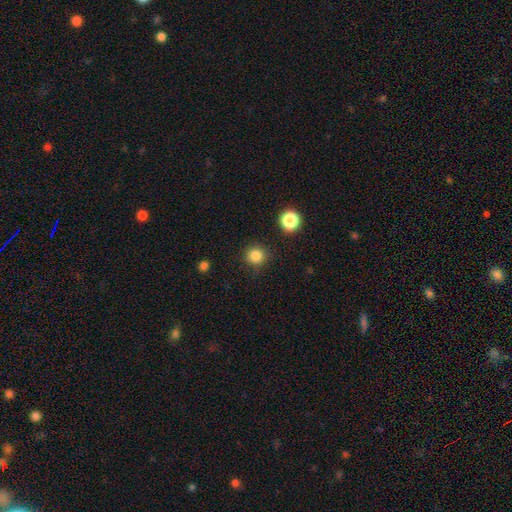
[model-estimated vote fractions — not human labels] smooth-or-featured: smooth: 83% | star or artifact: 12% | featured or disk: 4%
  how-rounded: round: 94% | in between: 5% | cigar-shaped: 1%
  merging: none: 88% | minor disturbance: 7% | major disturbance: 3% | merger: 2%